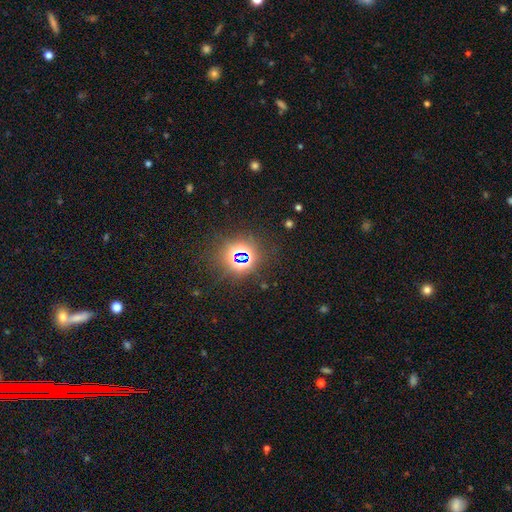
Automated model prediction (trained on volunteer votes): This is likely a star or artifact rather than a galaxy (75%).